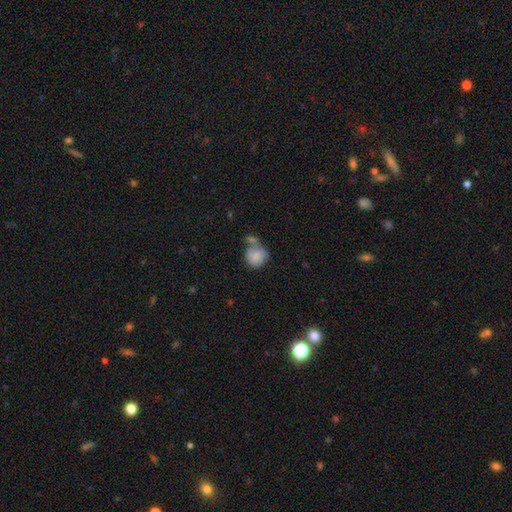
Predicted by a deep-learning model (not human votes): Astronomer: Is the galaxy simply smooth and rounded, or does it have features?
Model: smooth — 82%.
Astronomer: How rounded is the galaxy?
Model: round — 76%.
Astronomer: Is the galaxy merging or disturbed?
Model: none — 41% (runner-up: merger, 33%).